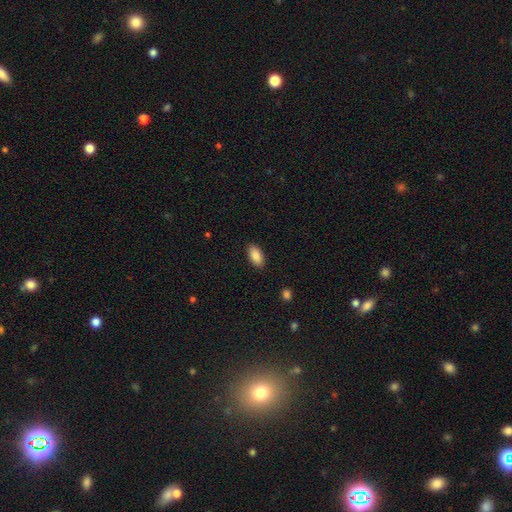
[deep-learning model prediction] Overall: smooth (88%). How rounded: in between (93%). Merging: none (88%).